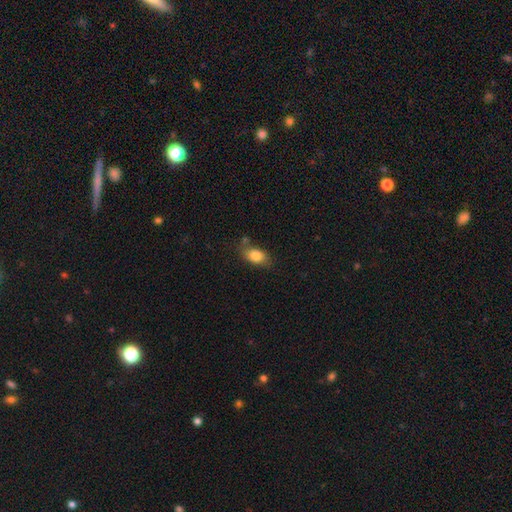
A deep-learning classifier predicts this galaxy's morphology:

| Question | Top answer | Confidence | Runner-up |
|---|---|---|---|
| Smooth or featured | smooth | 82% | featured or disk (10%) |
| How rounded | in between | 86% | round (11%) |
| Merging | none | 66% | minor disturbance (20%) |